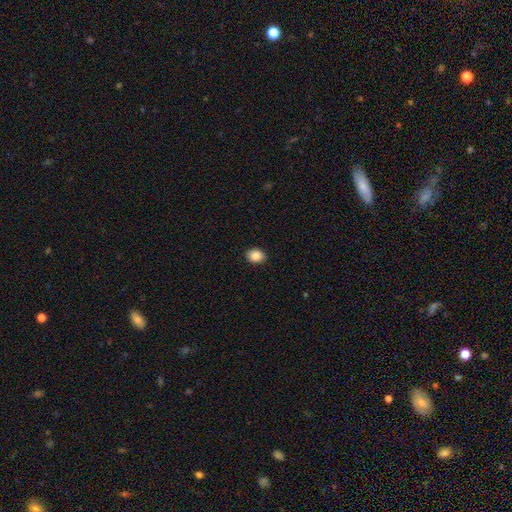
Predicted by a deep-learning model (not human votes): Q: Smooth or featured?
A: smooth (88%); runner-up: star or artifact (9%)
Q: How rounded?
A: round (50%); runner-up: in between (49%)
Q: Merging?
A: none (89%); runner-up: minor disturbance (8%)